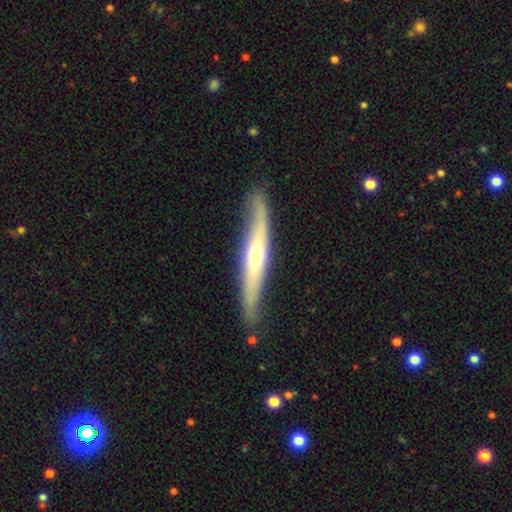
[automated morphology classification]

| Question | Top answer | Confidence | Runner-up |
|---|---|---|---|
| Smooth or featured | featured or disk | 66% | smooth (29%) |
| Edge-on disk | yes | 82% | no (18%) |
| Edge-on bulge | rounded | 81% | none (15%) |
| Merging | none | 82% | minor disturbance (14%) |